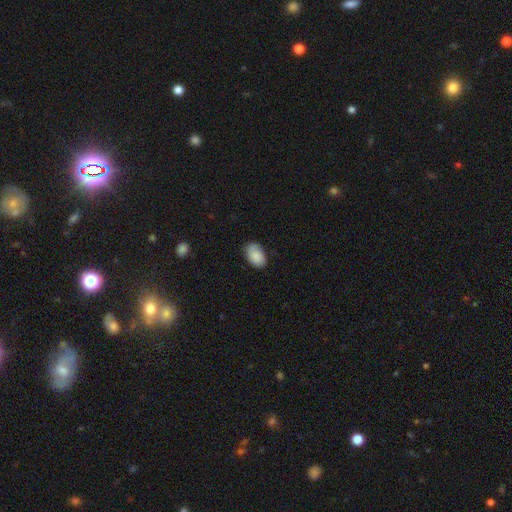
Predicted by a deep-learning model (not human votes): Smooth or featured? smooth (82%)
How rounded? in between (91%)
Merging? none (74%)